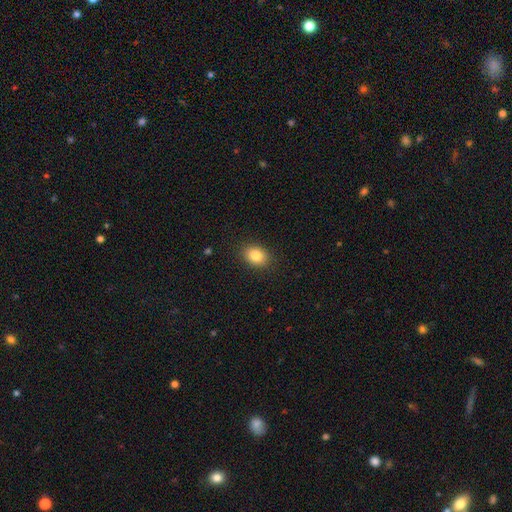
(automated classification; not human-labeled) A smooth galaxy with no disk features (84%) that is in between round and cigar-shaped (64%). Merging: none (88%).